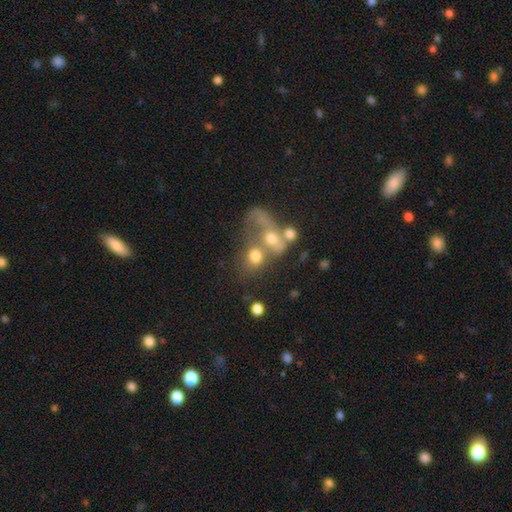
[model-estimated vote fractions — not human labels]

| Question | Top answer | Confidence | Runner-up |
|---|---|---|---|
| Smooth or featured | smooth | 51% | featured or disk (32%) |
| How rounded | round | 52% | in between (46%) |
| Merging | merger | 64% | major disturbance (15%) |